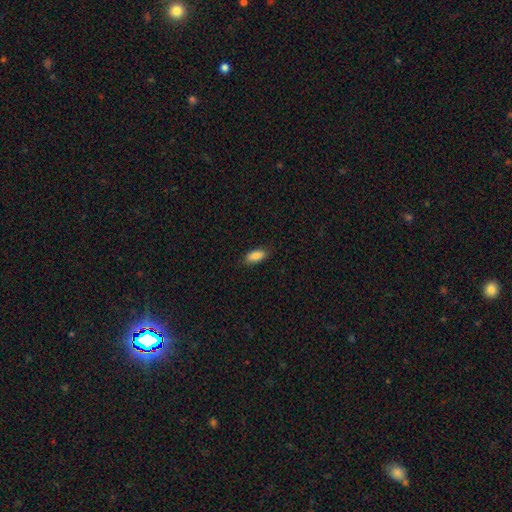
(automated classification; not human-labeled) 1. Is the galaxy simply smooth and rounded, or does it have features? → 87% smooth, 7% star or artifact, 6% featured or disk.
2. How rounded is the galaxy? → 87% in between, 10% cigar-shaped, 3% round.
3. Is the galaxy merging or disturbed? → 83% none, 14% minor disturbance, 3% major disturbance, 1% merger.